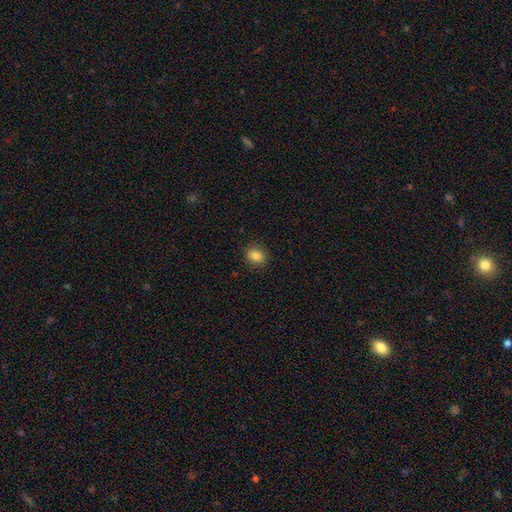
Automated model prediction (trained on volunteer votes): Smooth or featured? smooth (84%)
How rounded? round (59%)
Merging? none (90%)